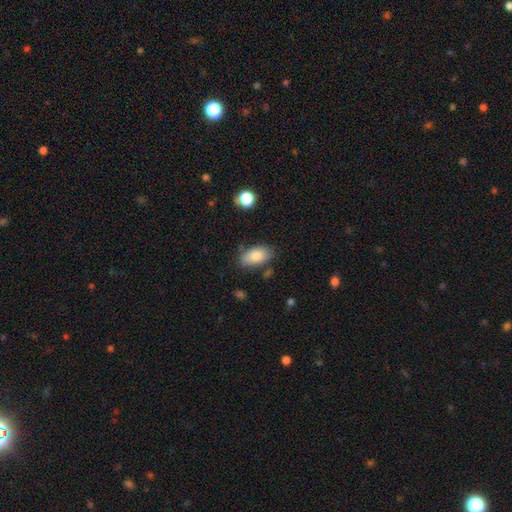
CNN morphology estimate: The model was most divided on "merging": none: 78%, minor disturbance: 15%, merger: 4%, major disturbance: 3%. More confident: how rounded — in between (93%); smooth or featured — smooth (83%).